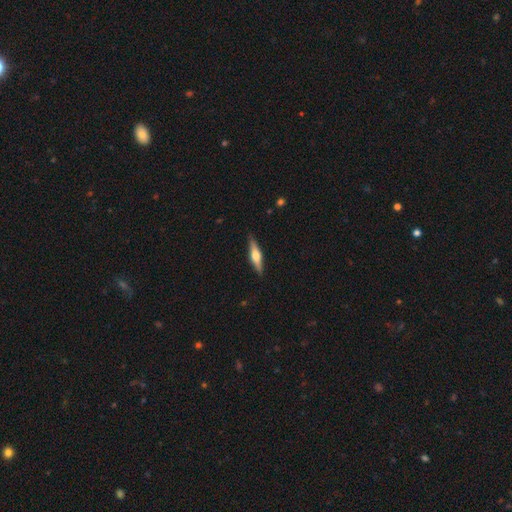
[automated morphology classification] This appears to be a featured or disk galaxy (57%) viewed edge-on (96%) with a rounded central bulge (92%). Merging: none (88%).